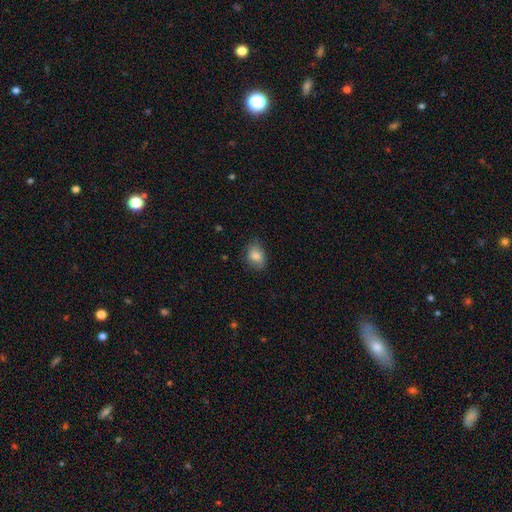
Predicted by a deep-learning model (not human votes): Smooth or featured? Predicted: smooth (p=0.80). How rounded? Predicted: in between (p=0.68). Merging? Predicted: none (p=0.73).